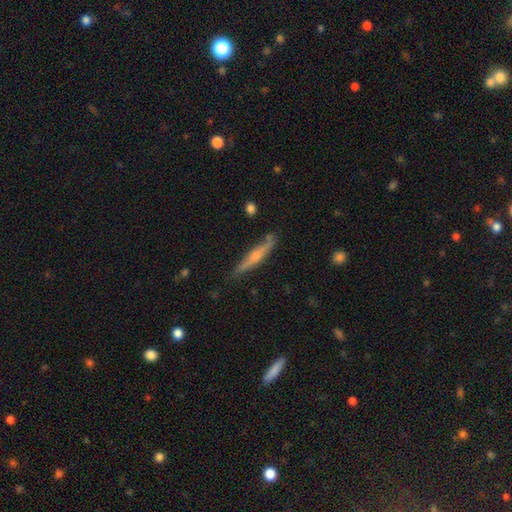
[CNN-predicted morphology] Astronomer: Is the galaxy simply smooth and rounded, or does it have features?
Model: featured or disk — 53% (runner-up: smooth, 41%).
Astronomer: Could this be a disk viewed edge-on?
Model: yes — 94%.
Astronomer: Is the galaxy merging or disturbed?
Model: none — 74%.